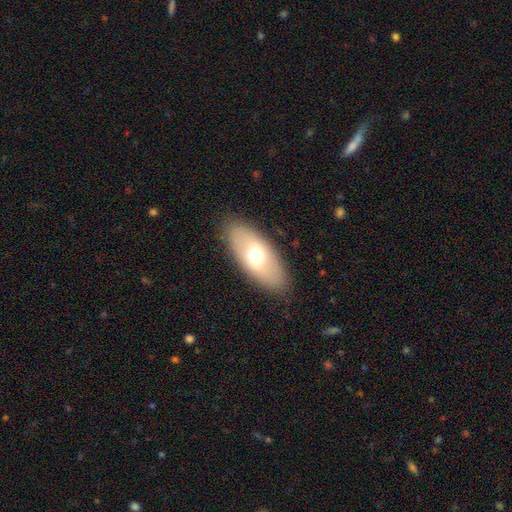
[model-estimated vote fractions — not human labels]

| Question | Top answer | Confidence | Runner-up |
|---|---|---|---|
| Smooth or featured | smooth | 59% | featured or disk (33%) |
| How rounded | in between | 88% | cigar-shaped (8%) |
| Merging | none | 86% | minor disturbance (9%) |